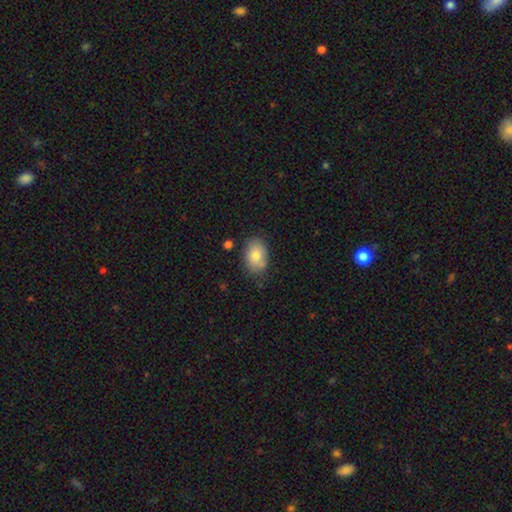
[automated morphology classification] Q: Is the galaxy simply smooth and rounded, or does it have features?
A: smooth — 80%.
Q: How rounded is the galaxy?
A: in between — 85%.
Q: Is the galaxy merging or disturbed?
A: none — 75%.